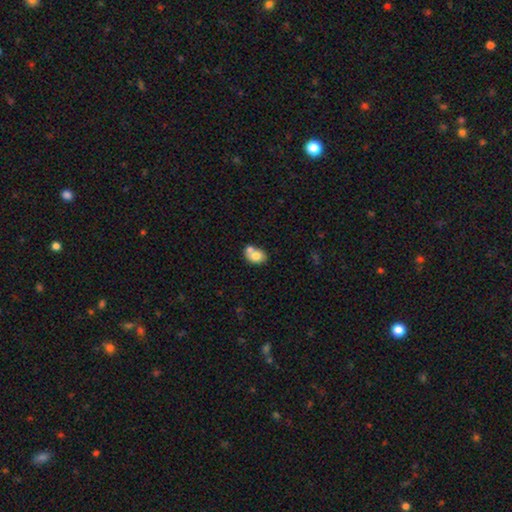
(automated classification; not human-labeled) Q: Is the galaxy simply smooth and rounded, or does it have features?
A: smooth — 73%.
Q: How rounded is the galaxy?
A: in between — 61%.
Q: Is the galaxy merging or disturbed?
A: merger — 51%.